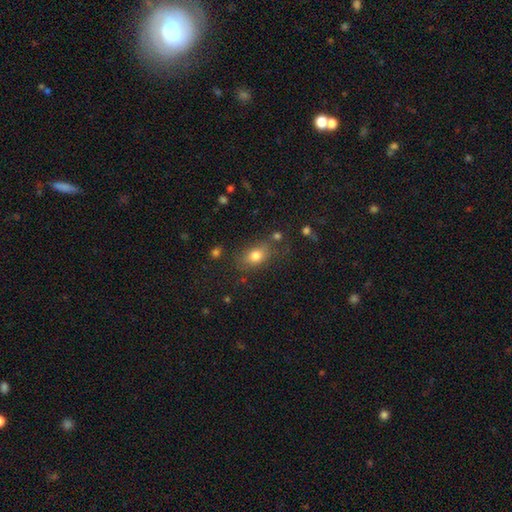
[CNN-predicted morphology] Smooth or featured? Predicted: smooth (p=0.79). How rounded? Predicted: in between (p=0.74). Merging? Predicted: none (p=0.68).